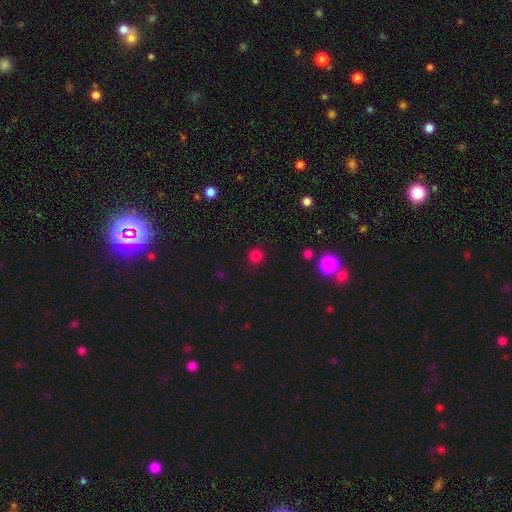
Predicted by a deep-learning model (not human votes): Smooth or featured: smooth — 80% (star or artifact — 16%)
How rounded: round — 92% (in between — 7%)
Merging: none — 88% (minor disturbance — 7%)